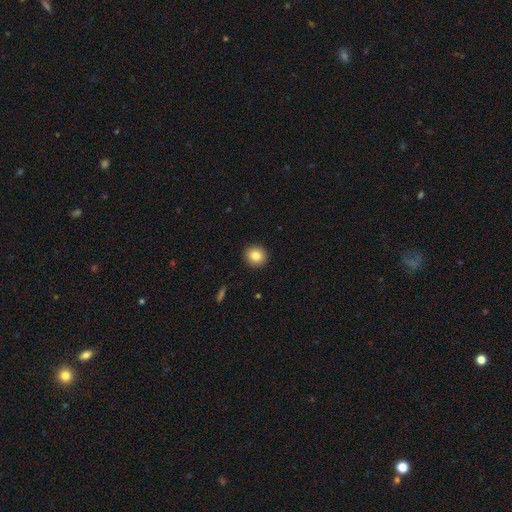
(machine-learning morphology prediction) Smooth or featured: smooth — 83% (star or artifact — 10%)
How rounded: round — 89% (in between — 10%)
Merging: none — 93% (minor disturbance — 5%)